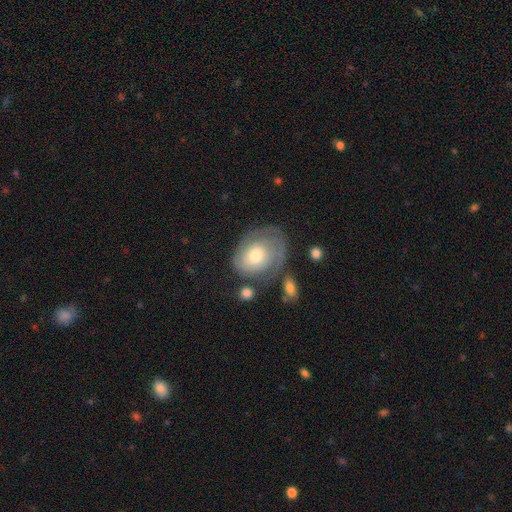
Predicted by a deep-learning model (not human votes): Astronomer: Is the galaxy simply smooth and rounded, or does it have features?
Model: featured or disk — 56% (runner-up: smooth, 37%).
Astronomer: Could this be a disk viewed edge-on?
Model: no — 96%.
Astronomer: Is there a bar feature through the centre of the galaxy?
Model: no — 81%.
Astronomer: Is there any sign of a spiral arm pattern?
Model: yes — 73%.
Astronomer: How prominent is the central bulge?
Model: moderate — 65%.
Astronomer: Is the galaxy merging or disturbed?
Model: none — 56%.